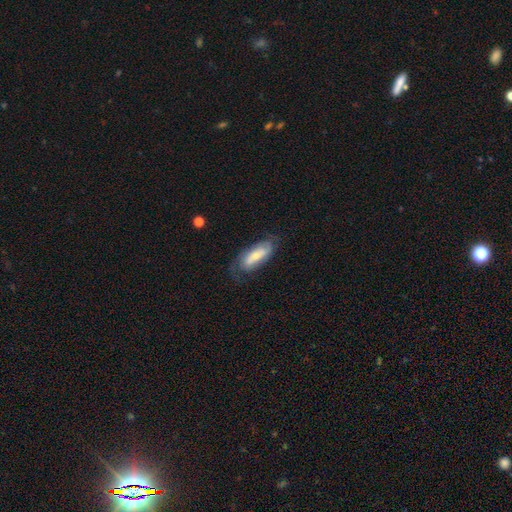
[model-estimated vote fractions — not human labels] A featured or disk galaxy (48%). Merging: none (60%).